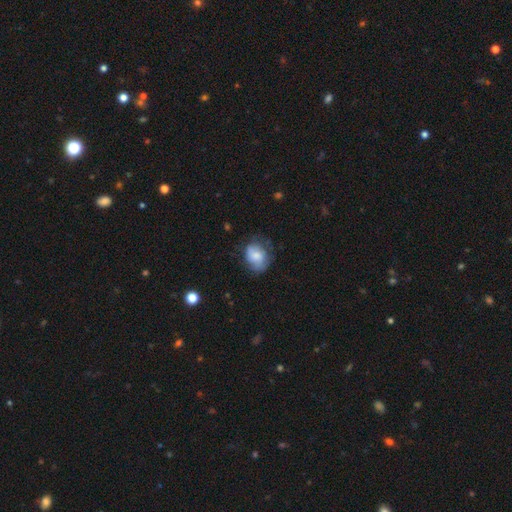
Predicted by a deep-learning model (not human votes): The model was most divided on "how rounded": in between: 51%, round: 48%, cigar-shaped: 1%. More confident: smooth or featured — smooth (69%); merging — none (54%).